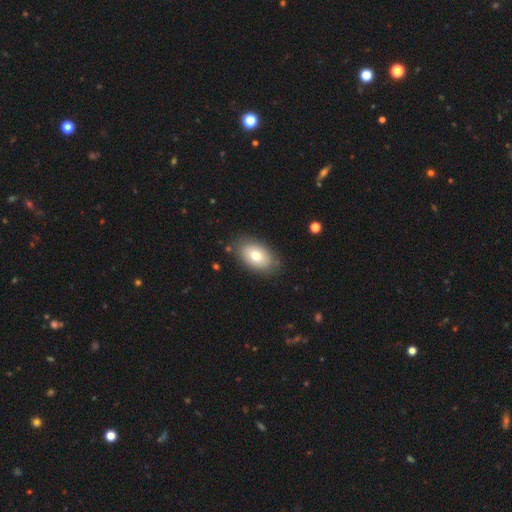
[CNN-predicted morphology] Smooth or featured: smooth — 75% (featured or disk — 17%)
How rounded: in between — 90% (round — 8%)
Merging: none — 83% (minor disturbance — 12%)